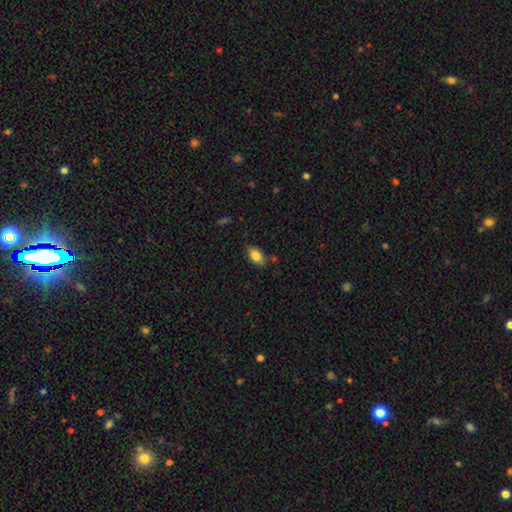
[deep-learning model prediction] smooth-or-featured: smooth: 80% | featured or disk: 12% | star or artifact: 8%
  how-rounded: in between: 89% | round: 6% | cigar-shaped: 5%
  merging: none: 76% | minor disturbance: 17% | merger: 3% | major disturbance: 3%